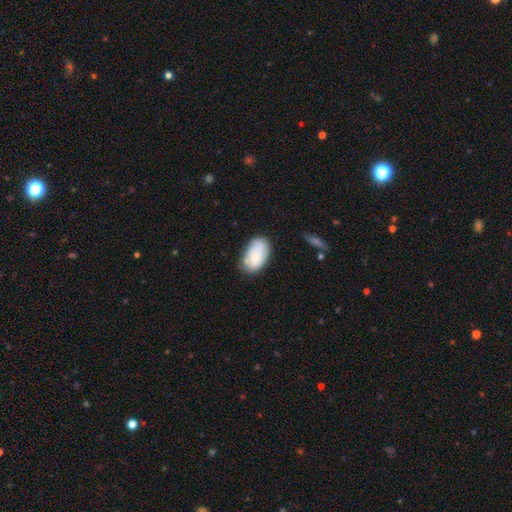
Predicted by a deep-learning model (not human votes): Overall: smooth (71%). How rounded: in between (93%). Merging: none (69%).